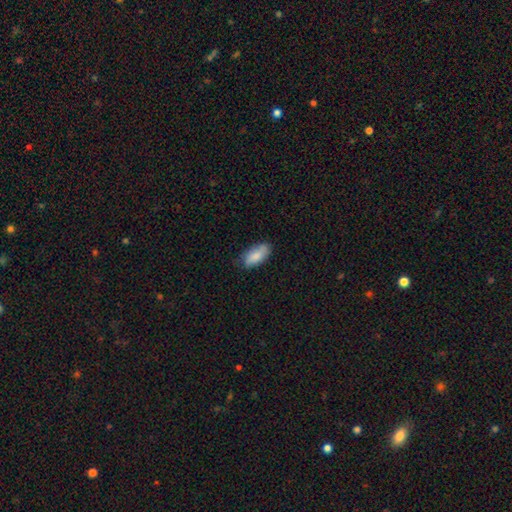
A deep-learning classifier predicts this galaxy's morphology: Smooth or featured: smooth — 85% (featured or disk — 9%)
How rounded: in between — 87% (cigar-shaped — 11%)
Merging: none — 70% (minor disturbance — 24%)